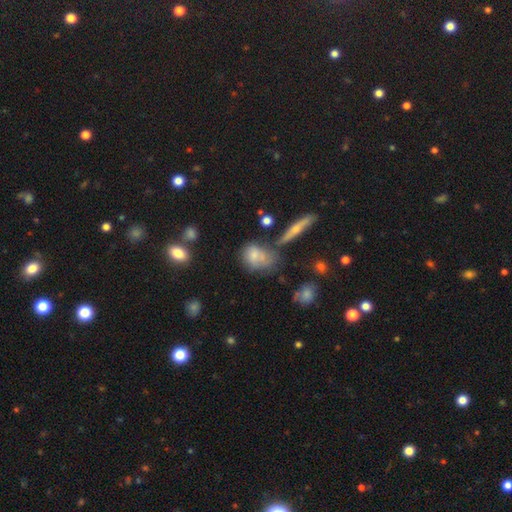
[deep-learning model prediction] A smooth galaxy with no disk features (66%) that is in between round and cigar-shaped (68%).

Vote fractions:
- Smooth or featured? smooth: 66% / featured or disk: 22% / star or artifact: 11%
- How rounded? in between: 68% / round: 28% / cigar-shaped: 4%
- Merging? none: 37% / minor disturbance: 24% / merger: 23% / major disturbance: 15%